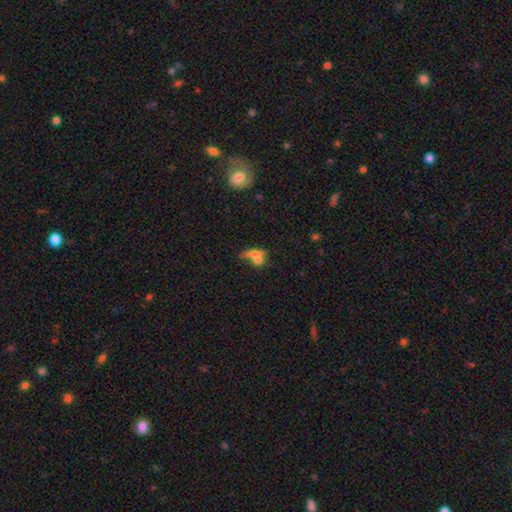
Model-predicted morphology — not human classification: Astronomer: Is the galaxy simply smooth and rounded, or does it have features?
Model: smooth — 58%.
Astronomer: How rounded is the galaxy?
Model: in between — 54% (runner-up: round, 30%).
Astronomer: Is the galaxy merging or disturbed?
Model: merger — 58%.